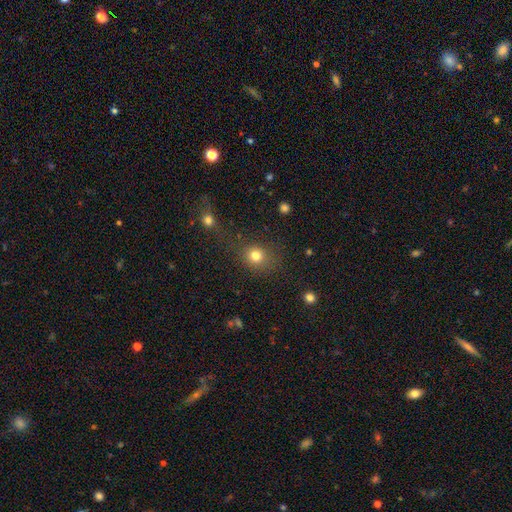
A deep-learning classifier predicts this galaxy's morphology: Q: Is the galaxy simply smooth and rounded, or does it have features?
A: smooth — 78%.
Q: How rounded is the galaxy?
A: round — 82%.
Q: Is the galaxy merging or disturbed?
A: none — 67%.